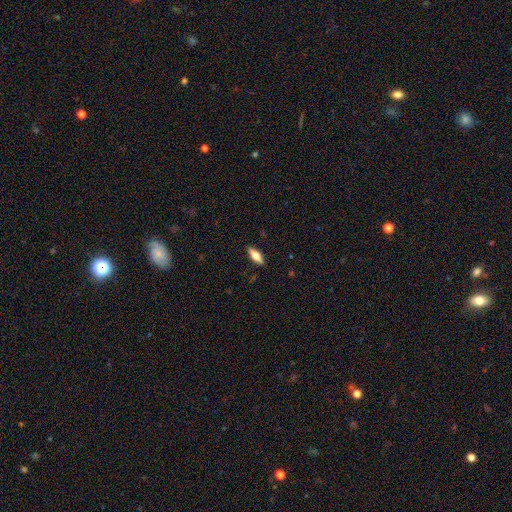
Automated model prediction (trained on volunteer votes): Overall: smooth (54%; featured or disk 39%). How rounded: in between (64%; cigar-shaped 33%). Merging: none (89%).